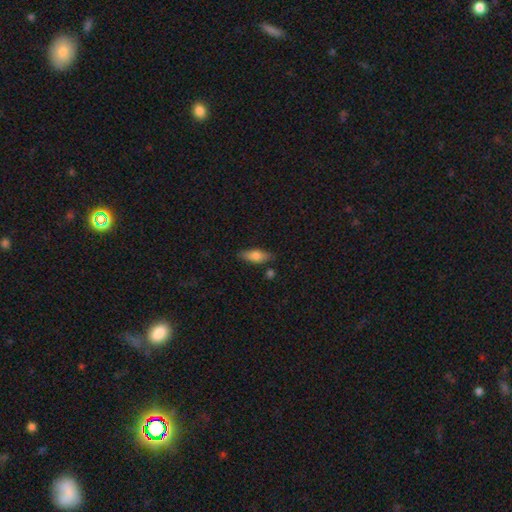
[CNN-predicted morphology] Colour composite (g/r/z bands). It shows a smooth galaxy with no disk features (71%) that is in between round and cigar-shaped (66%). Merging: none (80%).